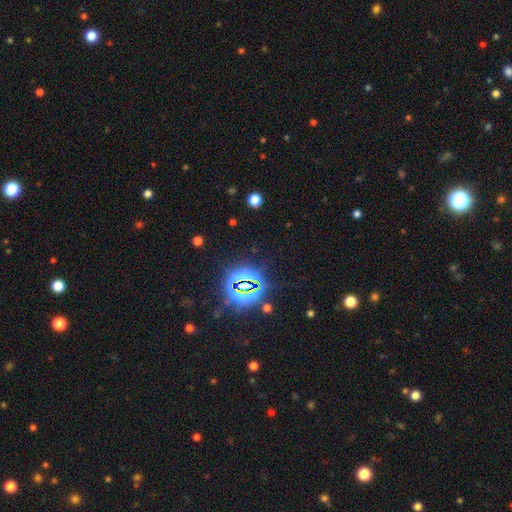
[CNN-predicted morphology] This appears to be a star or artifact, not a galaxy (81%).